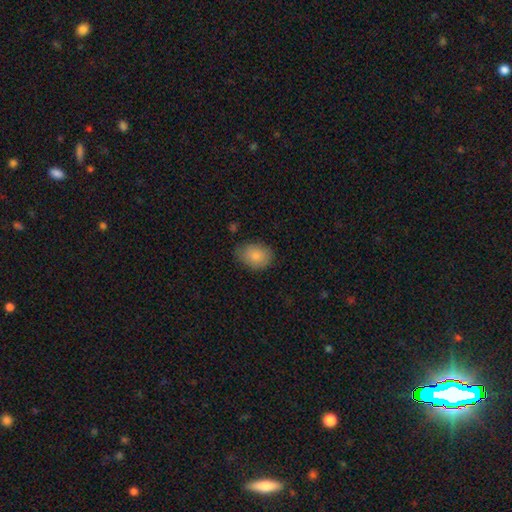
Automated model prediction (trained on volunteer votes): smooth 85%, featured or disk 8%, star or artifact 7%. Down the decision tree: how rounded — in between (67%); merging — none (70%).